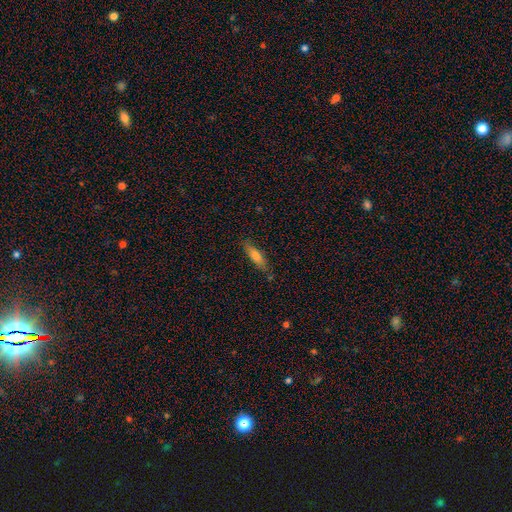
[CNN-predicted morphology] smooth-or-featured: smooth: 68% | featured or disk: 24% | star or artifact: 7%
  how-rounded: cigar-shaped: 60% | in between: 38% | round: 2%
  merging: none: 78% | minor disturbance: 16% | major disturbance: 3% | merger: 3%